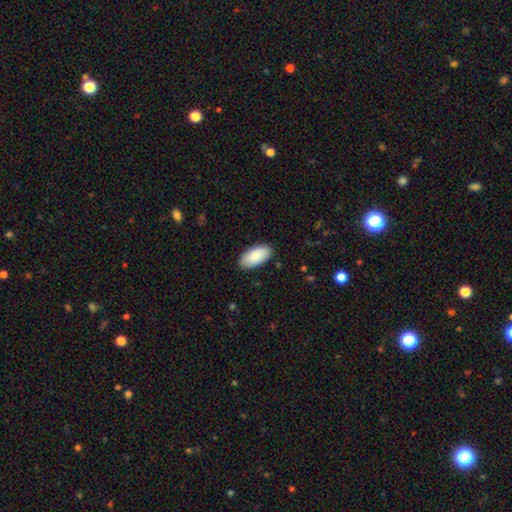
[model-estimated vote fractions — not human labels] Smooth or featured? smooth (88%)
How rounded? in between (95%)
Merging? none (87%)